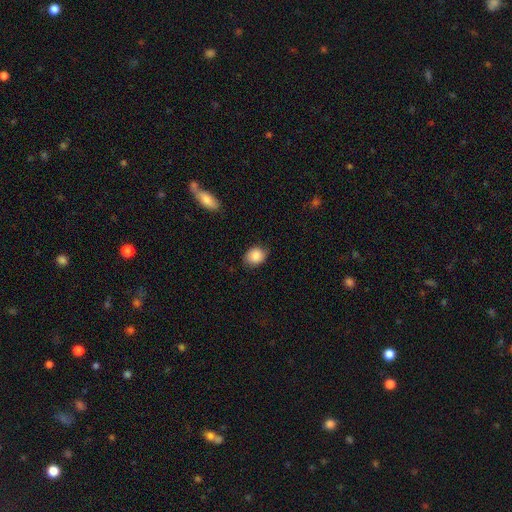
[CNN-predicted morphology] Q: Smooth or featured?
A: smooth (86%); runner-up: star or artifact (8%)
Q: How rounded?
A: in between (55%); runner-up: round (44%)
Q: Merging?
A: none (77%); runner-up: minor disturbance (18%)